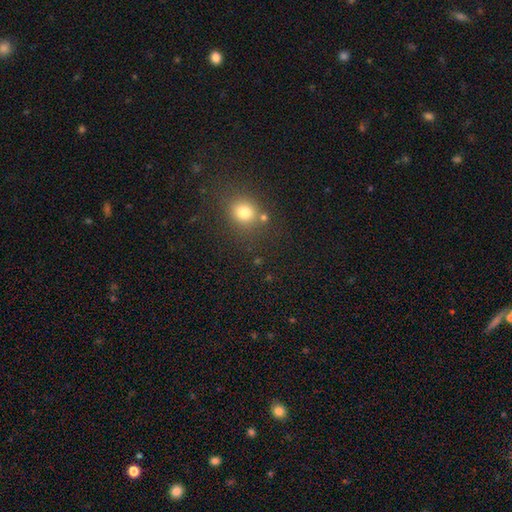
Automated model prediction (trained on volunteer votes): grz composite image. It shows a smooth galaxy with no disk features (57%) that is round (76%). Merging: none (82%).